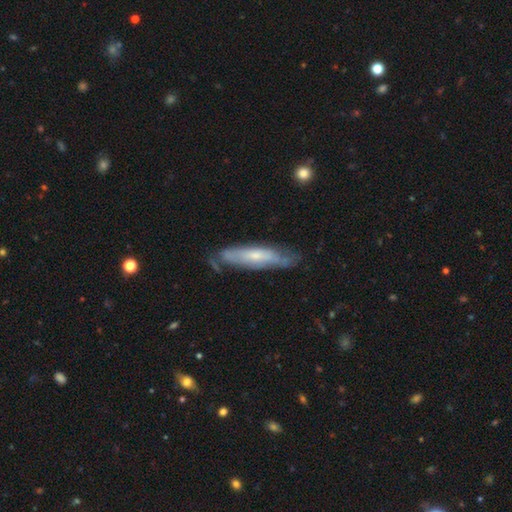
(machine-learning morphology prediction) Smooth or featured? featured or disk (56%)
Edge-on disk? no (51%)
Merging? none (65%)